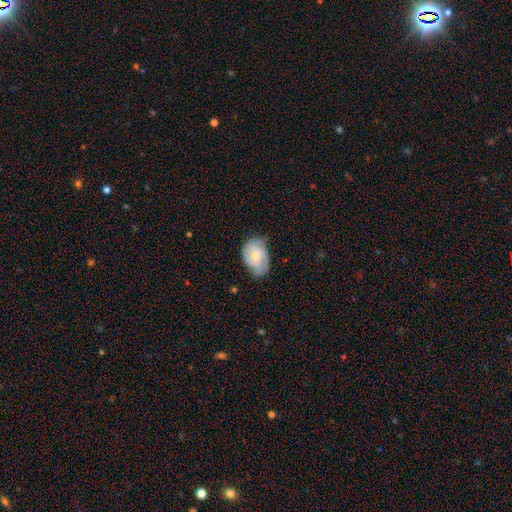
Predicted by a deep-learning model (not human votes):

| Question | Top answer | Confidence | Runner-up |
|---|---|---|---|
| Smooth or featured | featured or disk | 48% | smooth (45%) |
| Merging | none | 57% | minor disturbance (33%) |